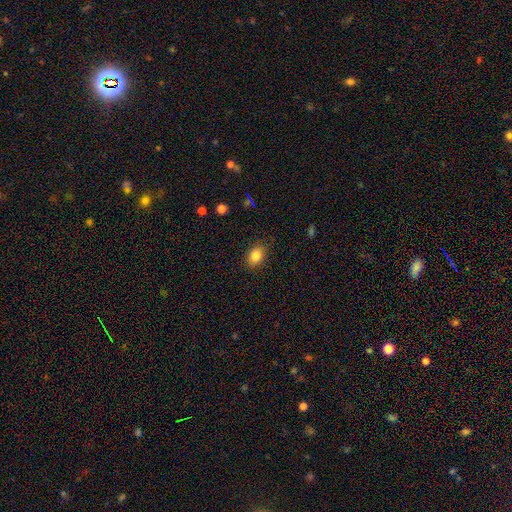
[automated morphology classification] smooth 85%, star or artifact 10%, featured or disk 6%. Down the decision tree: how rounded — in between (65%); merging — none (86%).